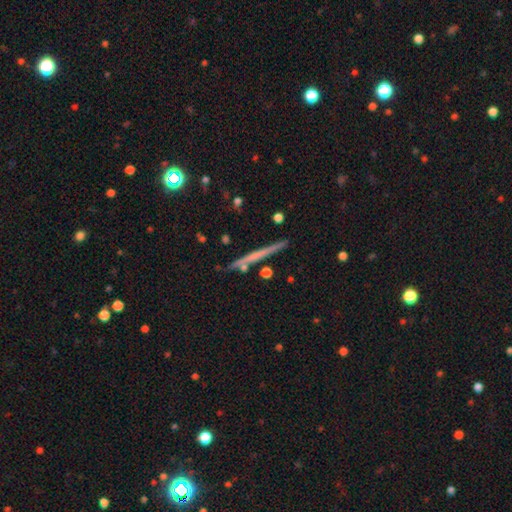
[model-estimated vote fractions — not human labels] Smooth or featured? Predicted: featured or disk (p=0.52). Edge-on disk? Predicted: yes (p=0.97). Edge-on bulge? Predicted: none (p=0.85). Merging? Predicted: none (p=0.87).